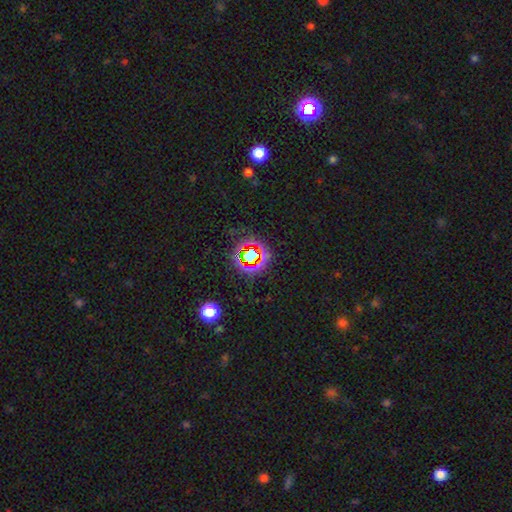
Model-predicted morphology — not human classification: star or artifact 73%, smooth 17%, featured or disk 10%.